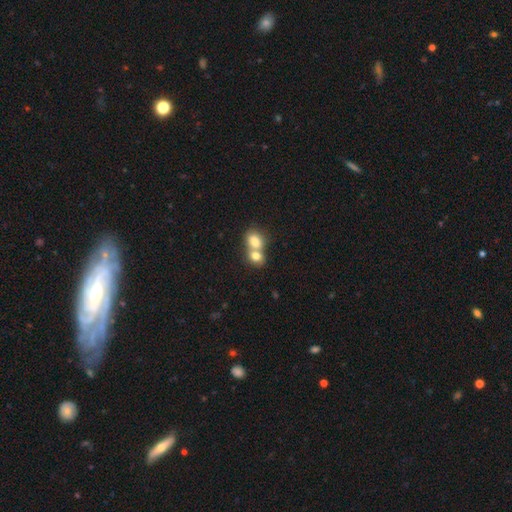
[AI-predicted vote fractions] Q: Smooth or featured?
A: smooth (77%); runner-up: featured or disk (15%)
Q: How rounded?
A: in between (52%); runner-up: round (47%)
Q: Merging?
A: merger (73%); runner-up: none (19%)